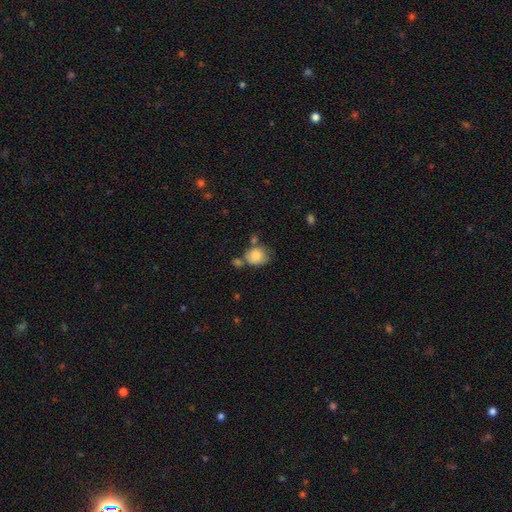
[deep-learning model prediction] A smooth galaxy with no disk features (80%) that is round (59%).

Vote fractions:
- Smooth or featured? smooth: 80% / featured or disk: 12% / star or artifact: 8%
- How rounded? round: 59% / in between: 40% / cigar-shaped: 1%
- Merging? none: 45% / minor disturbance: 24% / merger: 22% / major disturbance: 9%